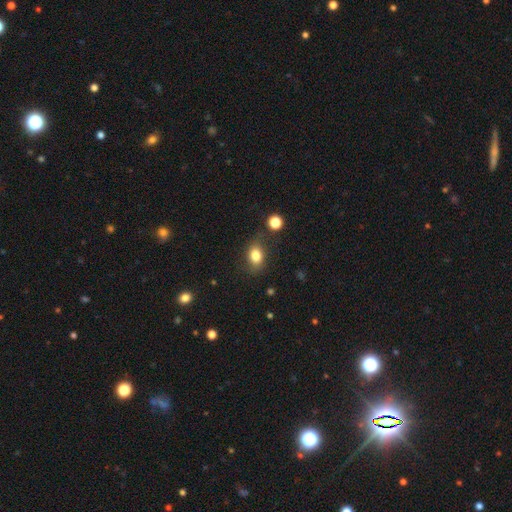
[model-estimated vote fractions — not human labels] Smooth or featured: smooth — 81% (star or artifact — 10%)
How rounded: in between — 69% (round — 29%)
Merging: none — 76% (minor disturbance — 16%)